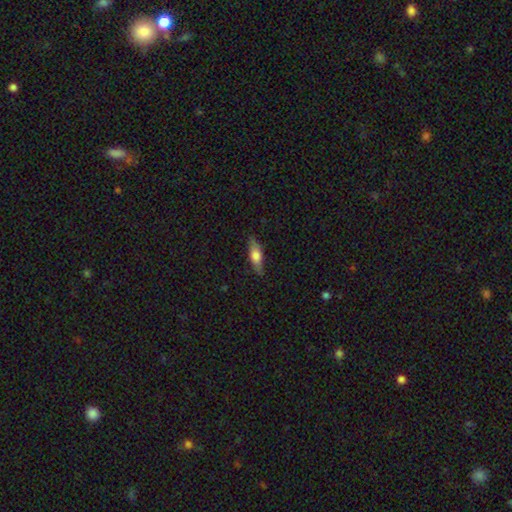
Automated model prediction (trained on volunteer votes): This appears to be a smooth galaxy with no disk features (60%) that is in between round and cigar-shaped (52%). Merging: none (84%).